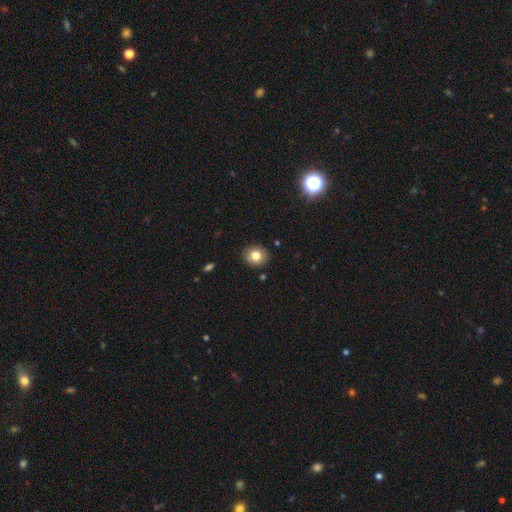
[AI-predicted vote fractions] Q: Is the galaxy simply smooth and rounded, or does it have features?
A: smooth — 79%.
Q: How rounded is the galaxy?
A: round — 73%.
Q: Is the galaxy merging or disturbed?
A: none — 89%.